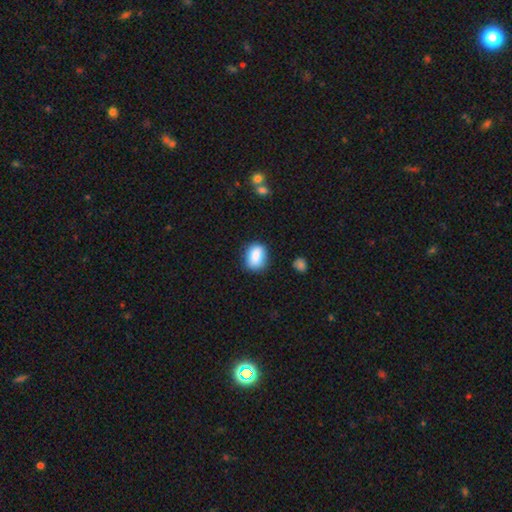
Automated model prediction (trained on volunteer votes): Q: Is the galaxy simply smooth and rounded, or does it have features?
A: smooth — 86%.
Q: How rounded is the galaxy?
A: in between — 61%.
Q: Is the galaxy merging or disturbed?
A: none — 74%.